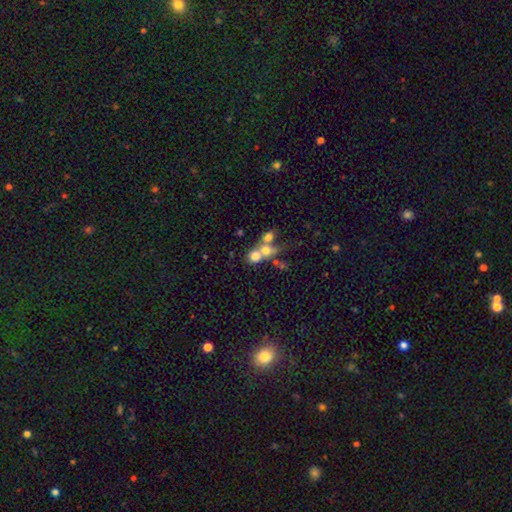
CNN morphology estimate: A smooth galaxy with no disk features (65%) that is round (71%). Merging: merger (64%).